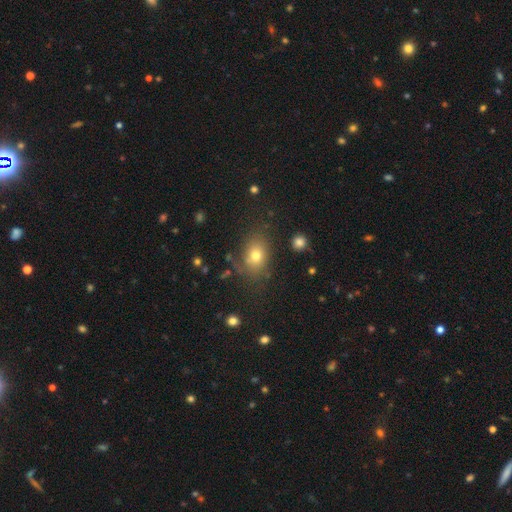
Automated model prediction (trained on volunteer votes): Smooth or featured?
  - smooth: 73% *
  - star or artifact: 14%
  - featured or disk: 13%
How rounded?
  - in between: 66% *
  - round: 32%
  - cigar-shaped: 1%
Merging?
  - none: 73% *
  - minor disturbance: 16%
  - major disturbance: 7%
  - merger: 4%